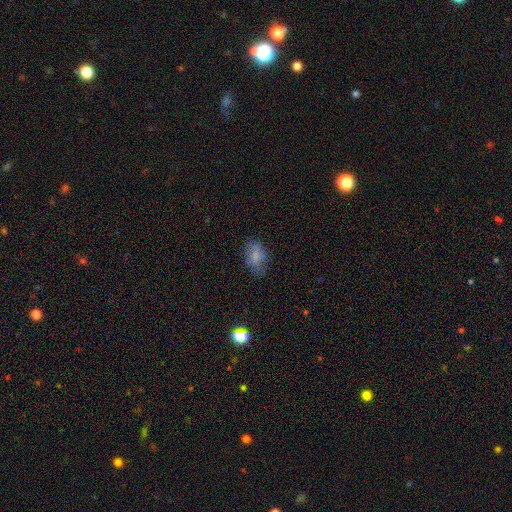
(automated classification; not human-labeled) Smooth or featured? smooth (71%)
How rounded? in between (88%)
Merging? none (59%)